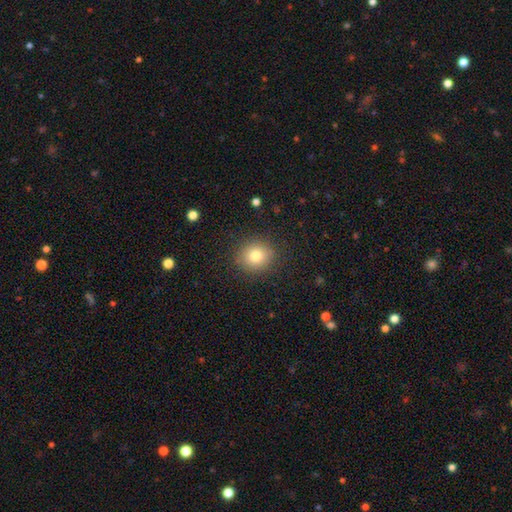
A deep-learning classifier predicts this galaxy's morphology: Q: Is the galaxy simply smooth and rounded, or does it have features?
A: smooth — 79%.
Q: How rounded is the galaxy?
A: round — 84%.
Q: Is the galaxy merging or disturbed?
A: none — 89%.